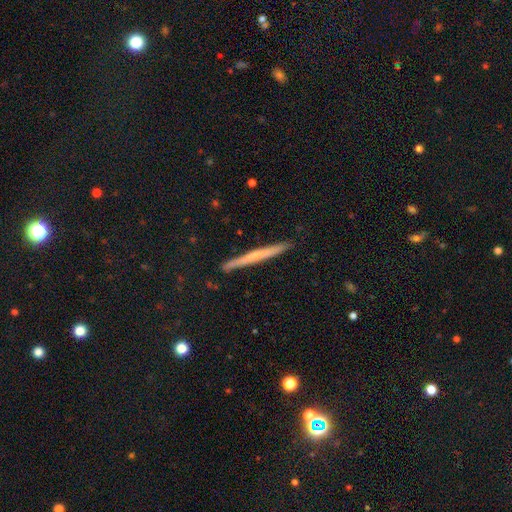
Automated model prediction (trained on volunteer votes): Smooth or featured: featured or disk — 53% (smooth — 40%)
Edge-on disk: yes — 97% (no — 3%)
Edge-on bulge: none — 67% (rounded — 27%)
Merging: none — 90% (minor disturbance — 7%)